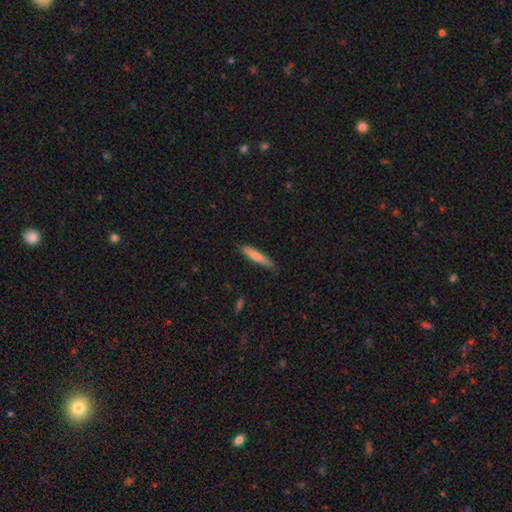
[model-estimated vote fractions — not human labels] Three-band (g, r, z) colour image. It shows a smooth galaxy with no disk features (77%) that is cigar-shaped (89%). Merging: none (81%).